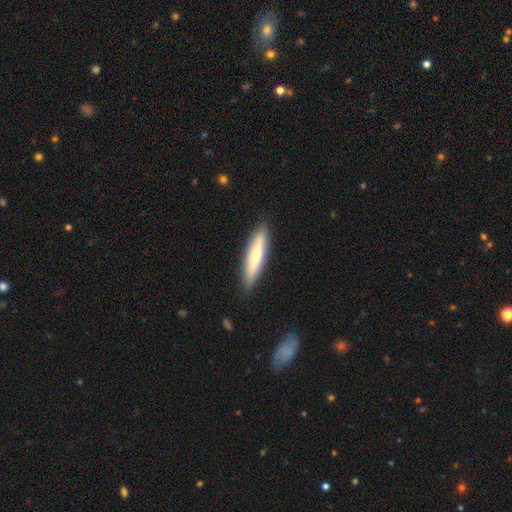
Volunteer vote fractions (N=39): Smooth or featured: smooth — 64% (featured or disk — 28%)
How rounded: cigar-shaped — 76% (in between — 24%)
Merging: none — 94% (minor disturbance — 3%)